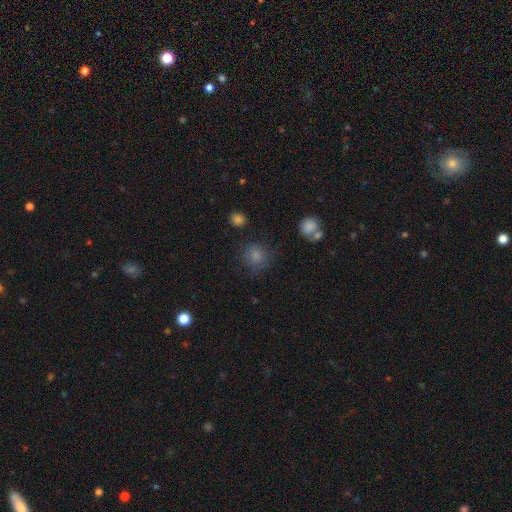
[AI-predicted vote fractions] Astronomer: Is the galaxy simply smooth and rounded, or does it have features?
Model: smooth — 82%.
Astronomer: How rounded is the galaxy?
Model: round — 87%.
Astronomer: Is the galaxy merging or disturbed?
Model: none — 76%.